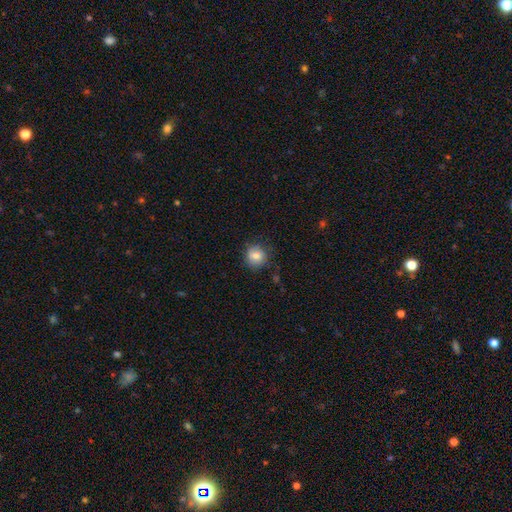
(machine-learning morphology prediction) Q: Smooth or featured?
A: smooth (79%); runner-up: featured or disk (11%)
Q: How rounded?
A: round (88%); runner-up: in between (11%)
Q: Merging?
A: none (78%); runner-up: minor disturbance (16%)